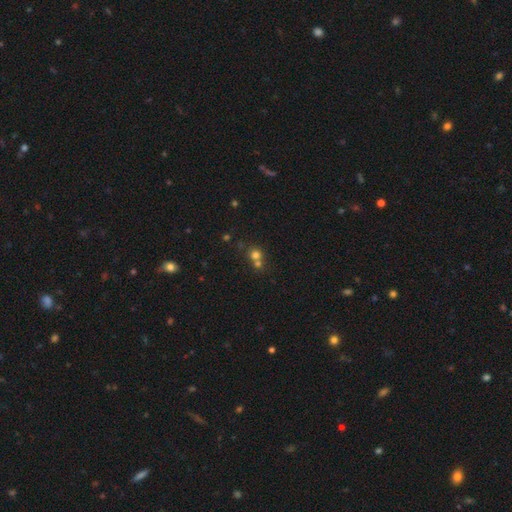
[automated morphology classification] Smooth or featured?
  - smooth: 70% *
  - star or artifact: 19%
  - featured or disk: 11%
How rounded?
  - round: 86% *
  - in between: 13%
  - cigar-shaped: 1%
Merging?
  - merger: 48% *
  - none: 43%
  - minor disturbance: 6%
  - major disturbance: 3%